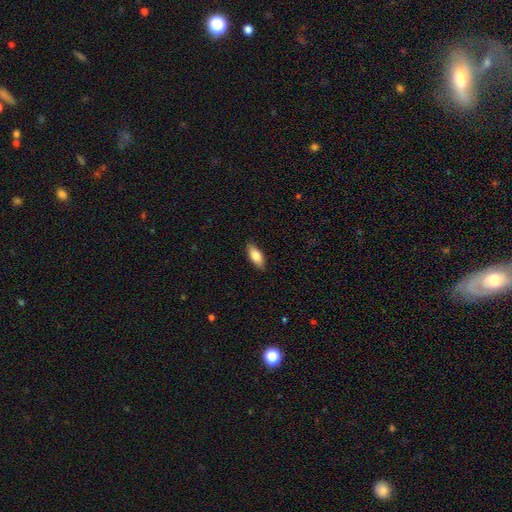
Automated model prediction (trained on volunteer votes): Smooth or featured? smooth (80%)
How rounded? in between (81%)
Merging? none (88%)